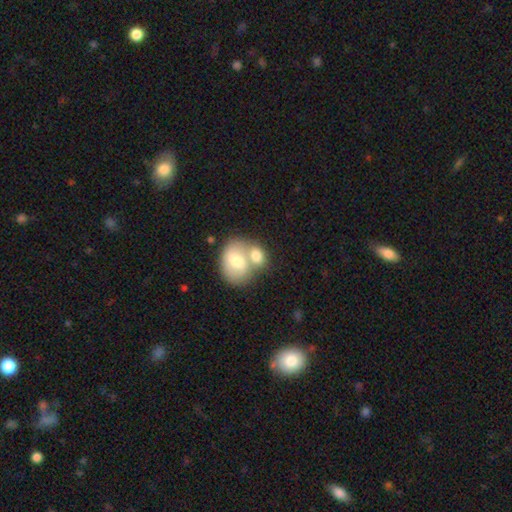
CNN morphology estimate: This appears to be a smooth galaxy with no disk features (71%) that is in between round and cigar-shaped (64%). Merging: merger (65%).